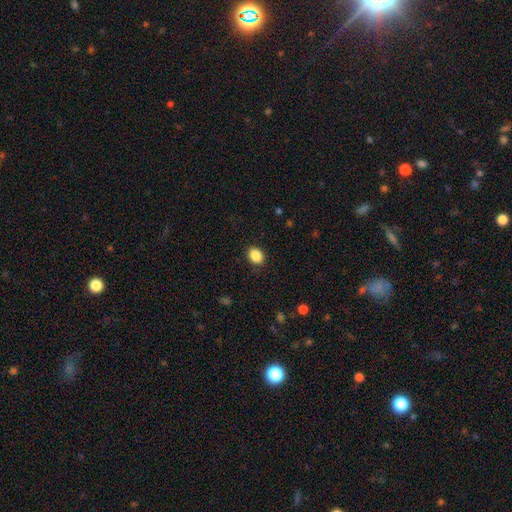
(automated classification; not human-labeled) smooth-or-featured: smooth: 87% | star or artifact: 9% | featured or disk: 4%
  how-rounded: in between: 58% | round: 41% | cigar-shaped: 1%
  merging: none: 89% | minor disturbance: 8% | major disturbance: 2% | merger: 1%